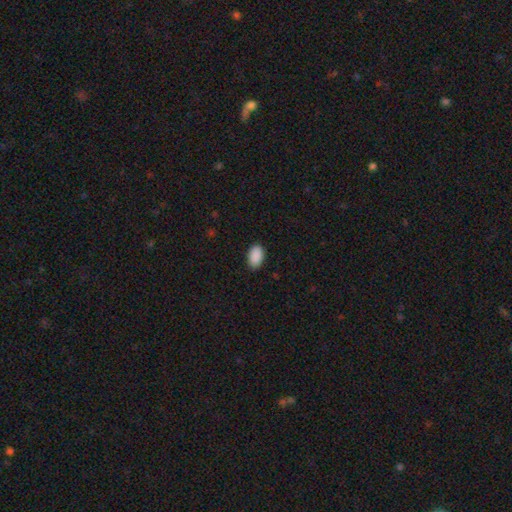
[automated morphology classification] Smooth or featured? Predicted: smooth (p=0.91). How rounded? Predicted: in between (p=0.92). Merging? Predicted: none (p=0.88).